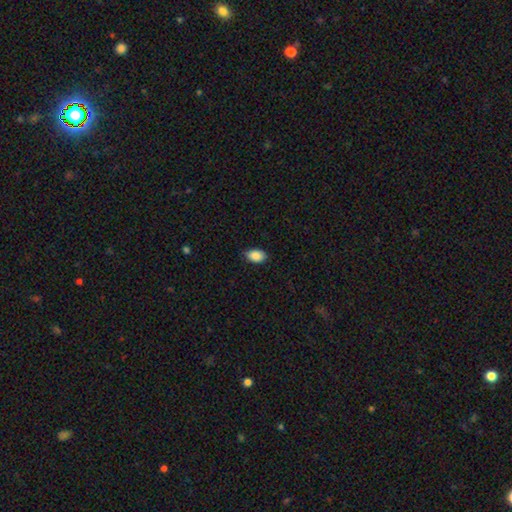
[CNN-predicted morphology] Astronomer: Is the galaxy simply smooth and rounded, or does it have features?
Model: smooth — 89%.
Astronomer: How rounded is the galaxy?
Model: in between — 90%.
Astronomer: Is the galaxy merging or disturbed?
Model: none — 83%.